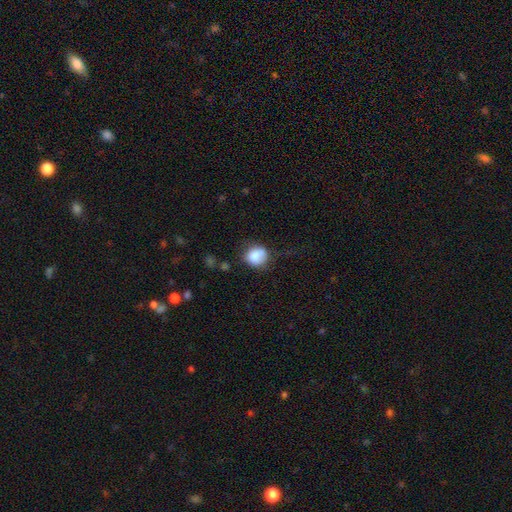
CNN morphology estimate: Smooth or featured? Predicted: smooth (p=0.84). How rounded? Predicted: round (p=0.79). Merging? Predicted: none (p=0.59).